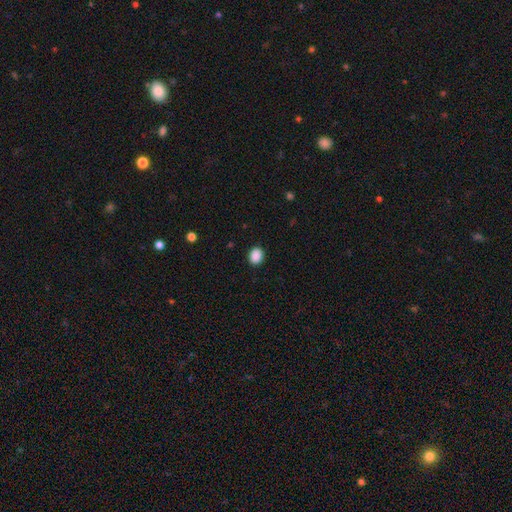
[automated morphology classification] Overall: smooth (89%). How rounded: round (53%; in between 46%). Merging: none (90%).